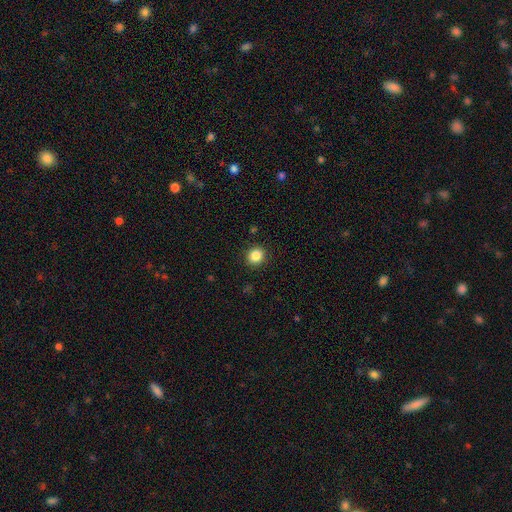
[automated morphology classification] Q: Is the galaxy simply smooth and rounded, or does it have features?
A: smooth — 86%.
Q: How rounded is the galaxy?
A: round — 89%.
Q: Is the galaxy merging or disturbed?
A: none — 91%.